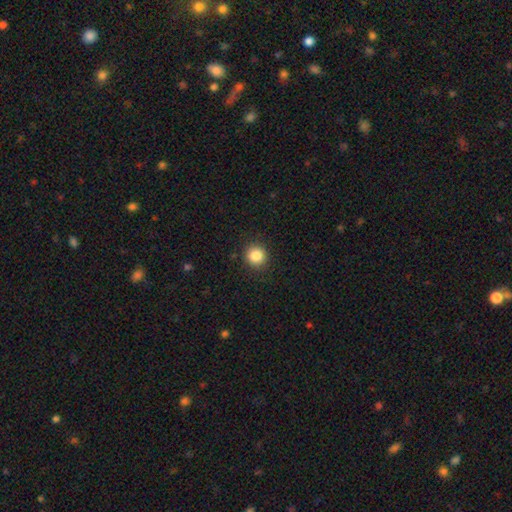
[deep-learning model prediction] The model was most divided on "smooth or featured": smooth: 86%, star or artifact: 10%, featured or disk: 4%. More confident: how rounded — round (92%); merging — none (91%).